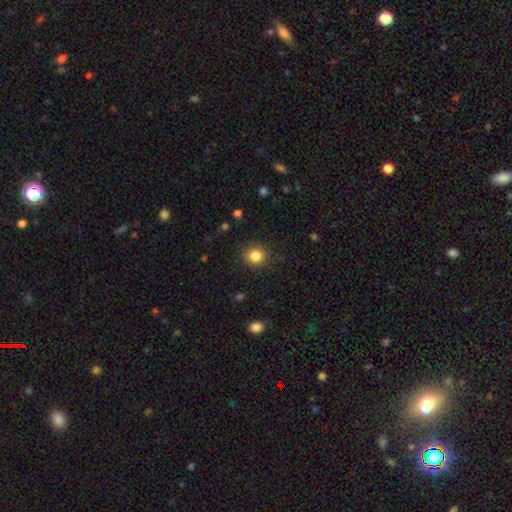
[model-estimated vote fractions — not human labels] Morphology: type=smooth (84%); roundness=round (85%); merging=none (88%).